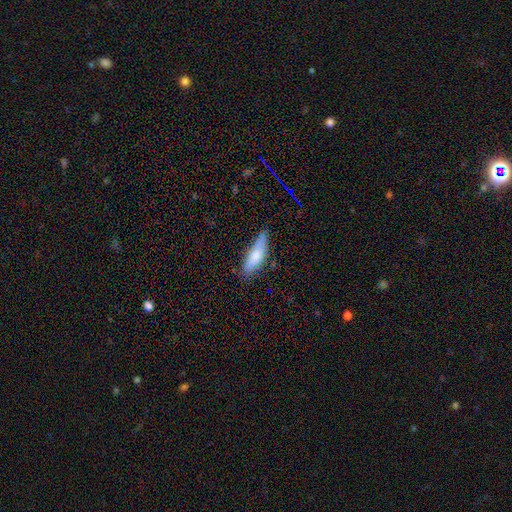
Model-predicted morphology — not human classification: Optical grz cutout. It shows a smooth galaxy with no disk features (73%) that is cigar-shaped (54%). Merging: none (69%).